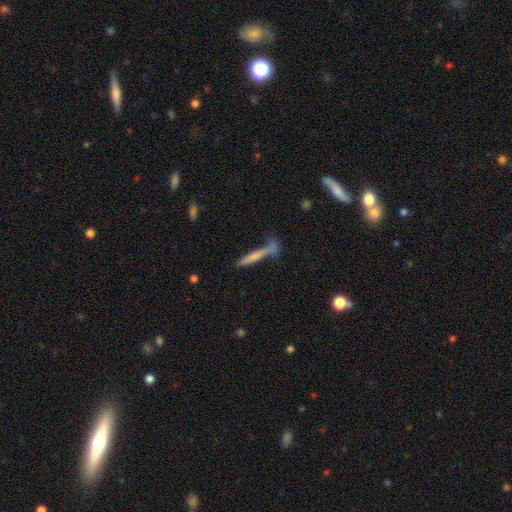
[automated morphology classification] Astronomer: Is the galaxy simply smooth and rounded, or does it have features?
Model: smooth — 57% (runner-up: featured or disk, 35%).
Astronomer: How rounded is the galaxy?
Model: cigar-shaped — 93%.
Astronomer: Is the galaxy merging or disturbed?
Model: none — 59%.